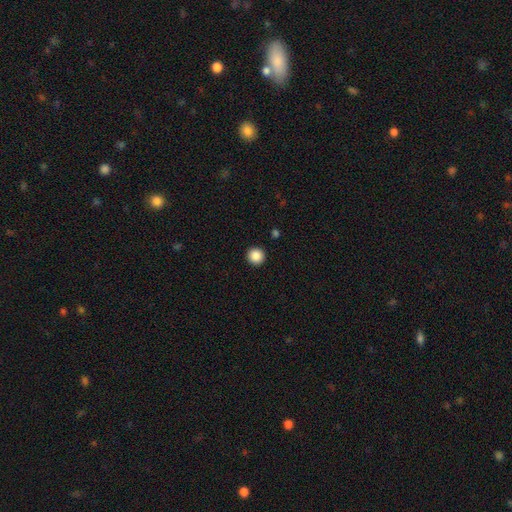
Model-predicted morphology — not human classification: Smooth or featured: smooth — 88% (star or artifact — 9%)
How rounded: round — 96% (in between — 3%)
Merging: none — 93% (minor disturbance — 4%)